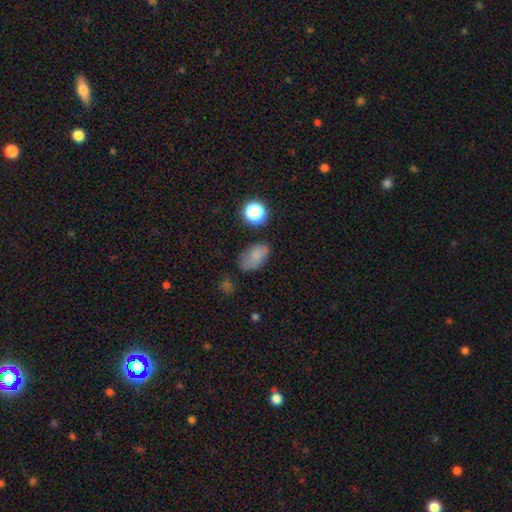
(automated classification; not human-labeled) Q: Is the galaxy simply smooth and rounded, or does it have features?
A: smooth — 76%.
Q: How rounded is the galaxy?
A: in between — 88%.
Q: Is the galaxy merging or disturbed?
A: none — 65%.